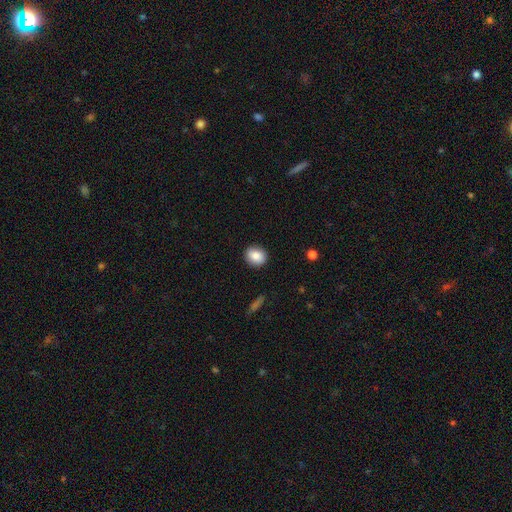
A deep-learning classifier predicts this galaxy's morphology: The model was most divided on "how rounded": round: 69%, in between: 30%, cigar-shaped: 1%. More confident: merging — none (89%); smooth or featured — smooth (85%).